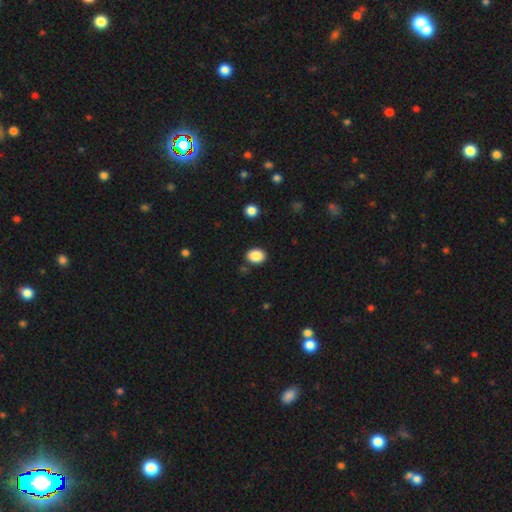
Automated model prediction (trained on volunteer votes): smooth 88%, star or artifact 9%, featured or disk 3%. Down the decision tree: how rounded — in between (58%); merging — none (87%).